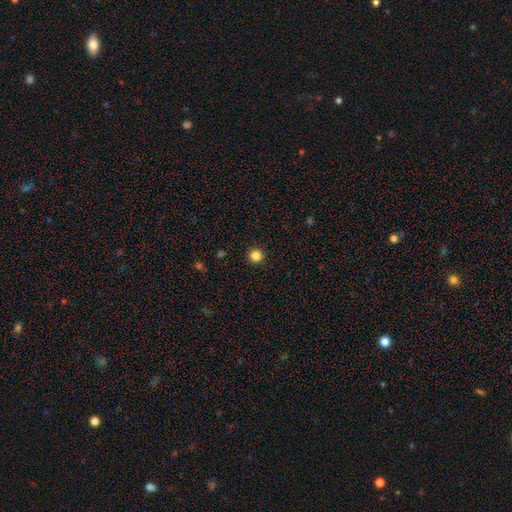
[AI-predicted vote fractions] Overall: smooth (85%). How rounded: round (95%). Merging: none (93%).